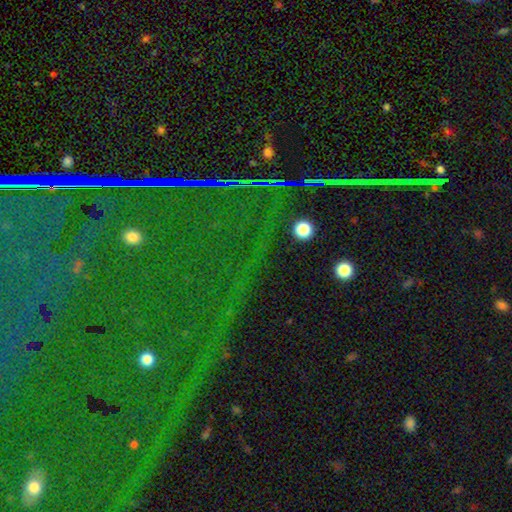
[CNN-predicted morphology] Overall: star or artifact (84%).